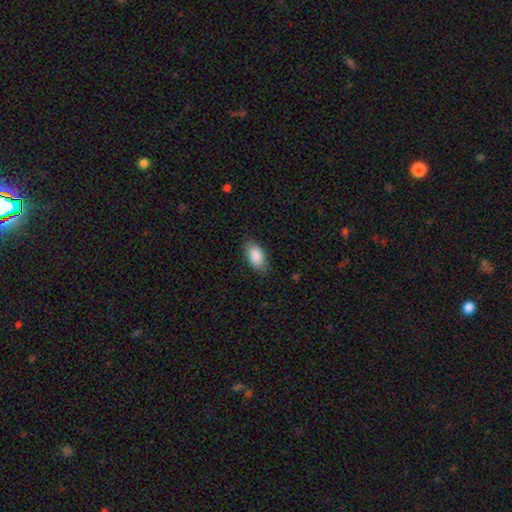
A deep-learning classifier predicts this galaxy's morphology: smooth 89%, star or artifact 6%, featured or disk 5%. Down the decision tree: how rounded — in between (93%); merging — none (83%).